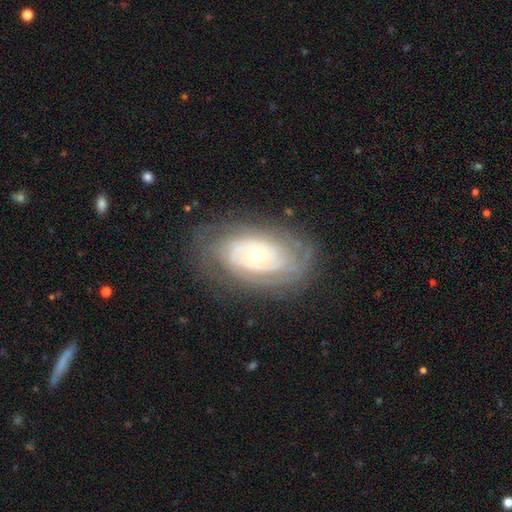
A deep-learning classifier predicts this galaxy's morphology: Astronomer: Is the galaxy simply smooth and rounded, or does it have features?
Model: featured or disk — 82%.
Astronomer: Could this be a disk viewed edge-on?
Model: no — 95%.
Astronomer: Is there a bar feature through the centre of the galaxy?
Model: no — 80%.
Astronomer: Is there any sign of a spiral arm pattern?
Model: yes — 89%.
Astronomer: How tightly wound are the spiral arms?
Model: tight — 79%.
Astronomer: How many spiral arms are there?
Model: can't tell — 48%.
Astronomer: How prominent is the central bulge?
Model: small — 50% (runner-up: moderate, 45%).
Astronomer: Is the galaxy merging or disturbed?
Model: none — 75%.